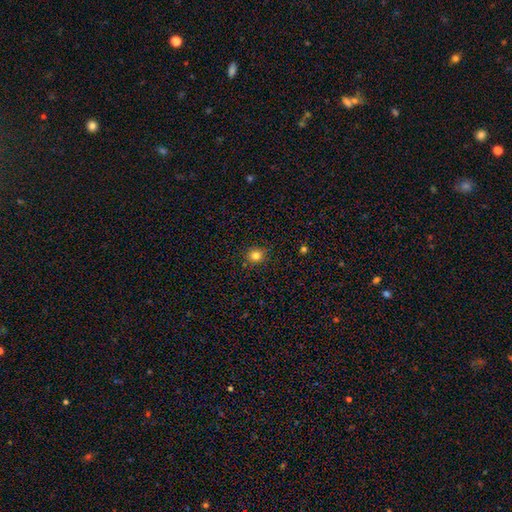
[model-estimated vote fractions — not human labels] A smooth galaxy with no disk features (81%) that is round (86%).

Vote fractions:
- Smooth or featured? smooth: 81% / star or artifact: 14% / featured or disk: 6%
- How rounded? round: 86% / in between: 13% / cigar-shaped: 1%
- Merging? none: 88% / minor disturbance: 8% / major disturbance: 2% / merger: 1%